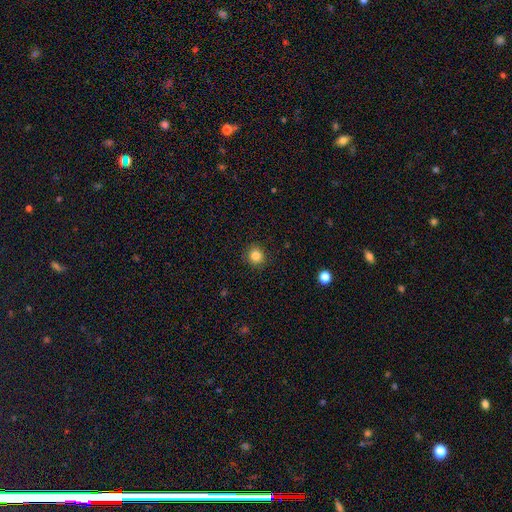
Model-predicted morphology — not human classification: Q: Smooth or featured?
A: smooth (84%); runner-up: star or artifact (11%)
Q: How rounded?
A: round (91%); runner-up: in between (8%)
Q: Merging?
A: none (91%); runner-up: minor disturbance (6%)